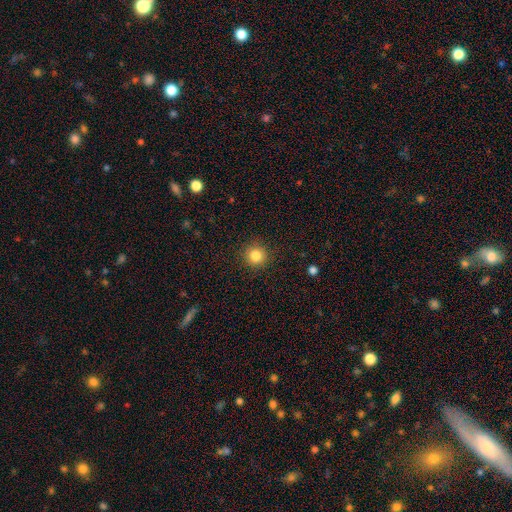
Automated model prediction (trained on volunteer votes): smooth 85%, star or artifact 11%, featured or disk 5%. Down the decision tree: how rounded — round (95%); merging — none (91%).